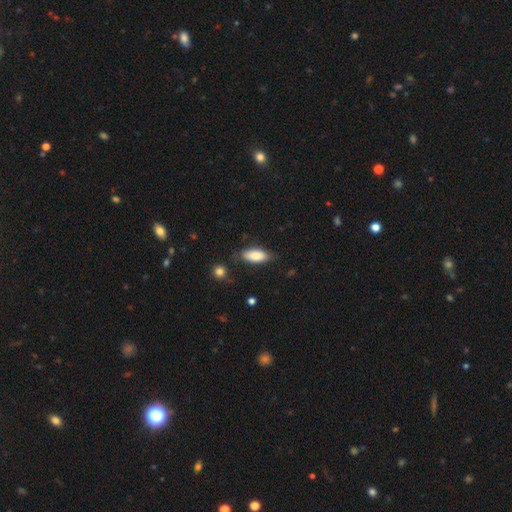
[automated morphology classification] smooth-or-featured: smooth: 83% | featured or disk: 11% | star or artifact: 6%
  how-rounded: in between: 82% | cigar-shaped: 16% | round: 2%
  merging: none: 76% | minor disturbance: 17% | major disturbance: 4% | merger: 3%